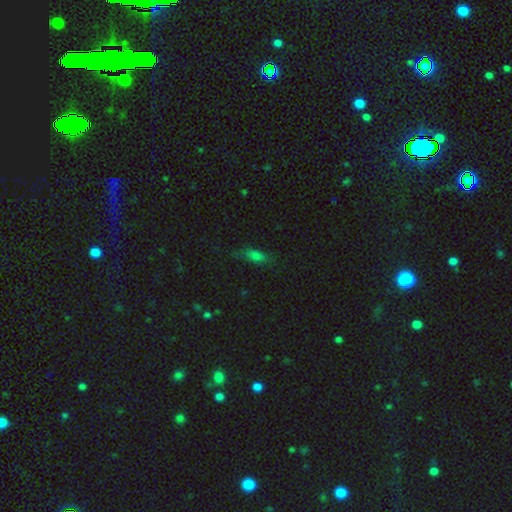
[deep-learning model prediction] Q: Smooth or featured?
A: smooth (68%); runner-up: star or artifact (17%)
Q: How rounded?
A: in between (64%); runner-up: cigar-shaped (31%)
Q: Merging?
A: none (64%); runner-up: minor disturbance (25%)